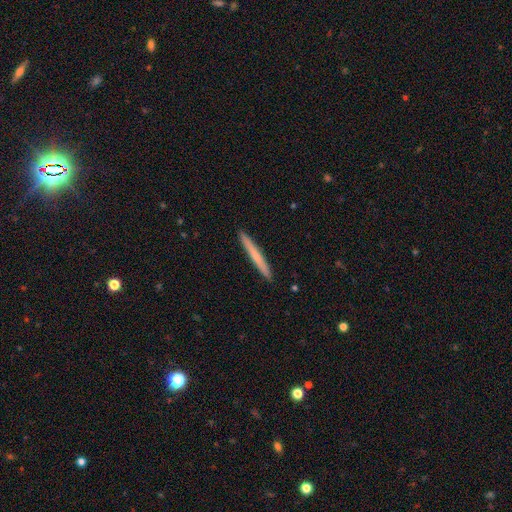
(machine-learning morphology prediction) Smooth or featured: smooth — 61% (featured or disk — 33%)
How rounded: cigar-shaped — 97% (in between — 2%)
Merging: none — 93% (minor disturbance — 5%)